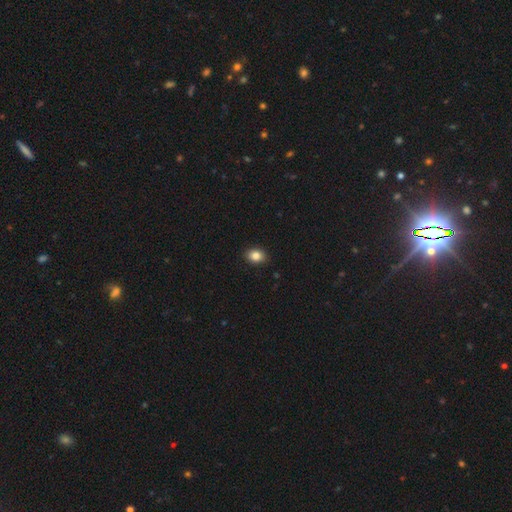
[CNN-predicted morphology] This is clearly a smooth galaxy (85%). How rounded: likely in between (64%). Merging: clearly none (89%).